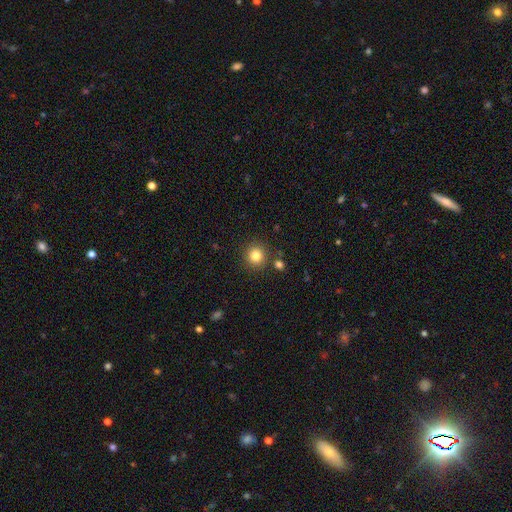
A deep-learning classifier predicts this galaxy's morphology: smooth-or-featured: smooth: 83% | star or artifact: 11% | featured or disk: 6%
  how-rounded: round: 91% | in between: 8% | cigar-shaped: 1%
  merging: none: 85% | minor disturbance: 7% | merger: 6% | major disturbance: 3%